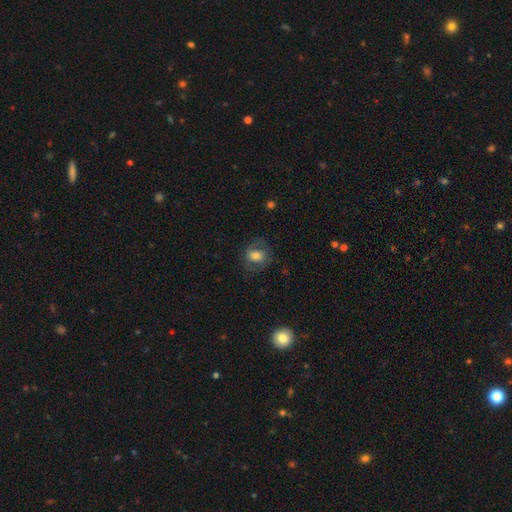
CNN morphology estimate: The model was most divided on "how rounded": round: 50%, in between: 49%, cigar-shaped: 1%. More confident: merging — none (67%); smooth or featured — smooth (63%).